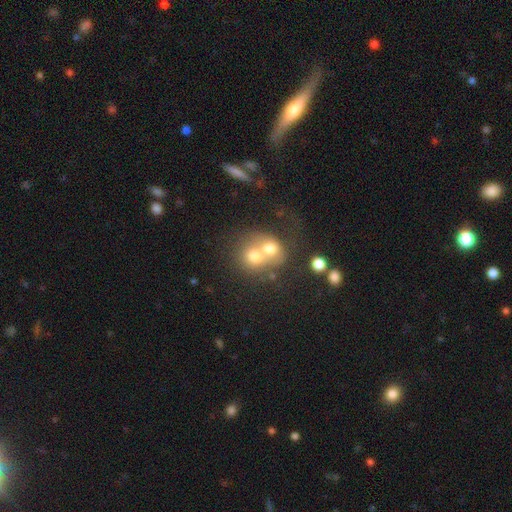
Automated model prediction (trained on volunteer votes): Overall: smooth (64%; featured or disk 25%). How rounded: round (72%). Merging: merger (71%).